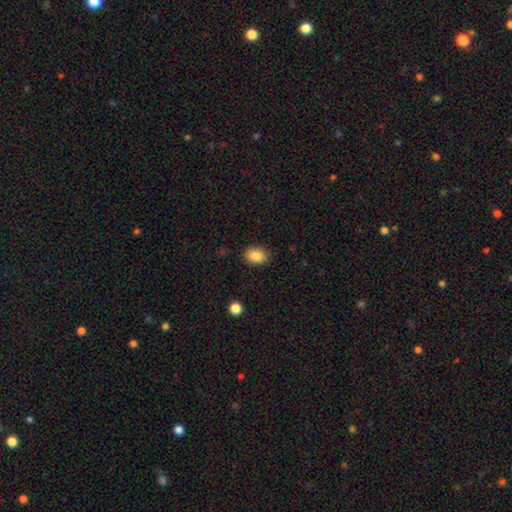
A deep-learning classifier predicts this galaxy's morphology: smooth_or_featured: smooth (p=0.86) [alt: star or artifact p=0.09]
how_rounded: in between (p=0.65) [alt: round p=0.34]
merging: none (p=0.87) [alt: minor disturbance p=0.10]